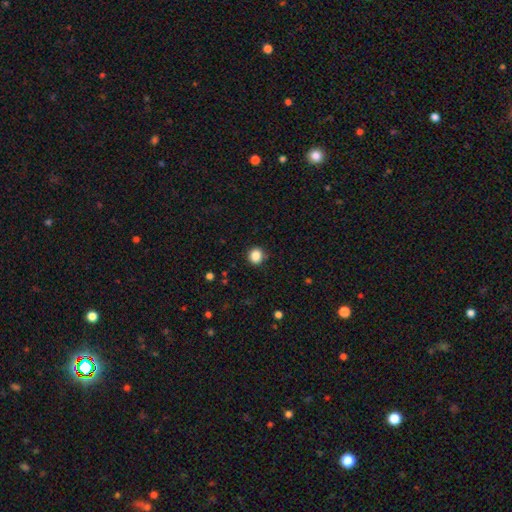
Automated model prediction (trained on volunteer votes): A smooth galaxy with no disk features (86%) that is round (88%).

Vote fractions:
- Smooth or featured? smooth: 86% / star or artifact: 10% / featured or disk: 3%
- How rounded? round: 88% / in between: 11% / cigar-shaped: 1%
- Merging? none: 90% / minor disturbance: 7% / major disturbance: 2% / merger: 1%